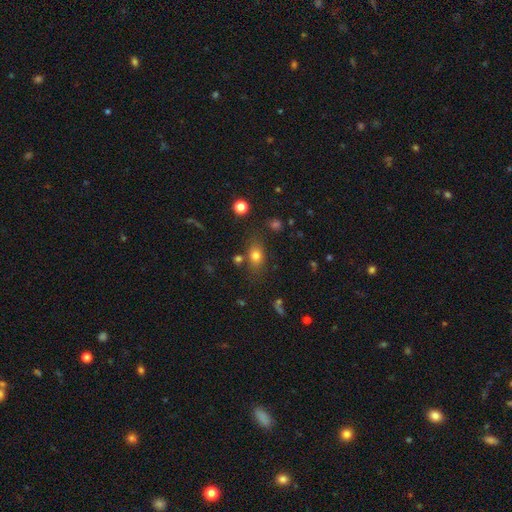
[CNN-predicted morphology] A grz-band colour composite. It shows a smooth galaxy with no disk features (76%) that is in between round and cigar-shaped (68%). Merging: none (74%).